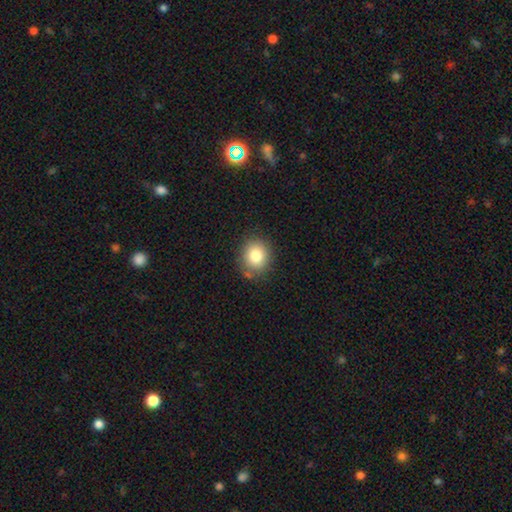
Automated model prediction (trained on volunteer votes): Smooth or featured? Predicted: smooth (p=0.80). How rounded? Predicted: round (p=0.77). Merging? Predicted: none (p=0.81).